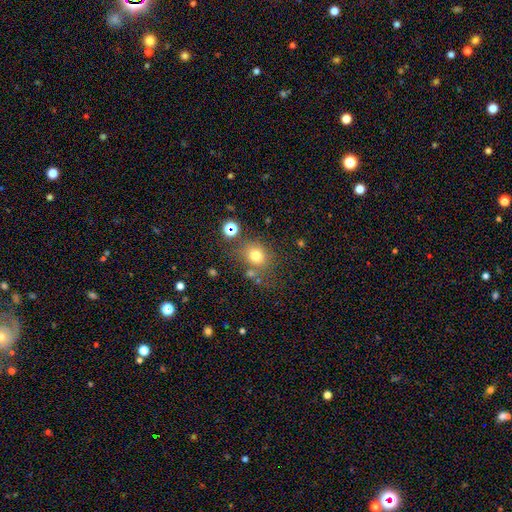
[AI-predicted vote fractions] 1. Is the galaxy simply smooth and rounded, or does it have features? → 73% smooth, 17% star or artifact, 10% featured or disk.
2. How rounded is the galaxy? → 72% round, 27% in between, 1% cigar-shaped.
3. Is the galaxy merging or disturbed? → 68% none, 14% minor disturbance, 10% merger, 7% major disturbance.